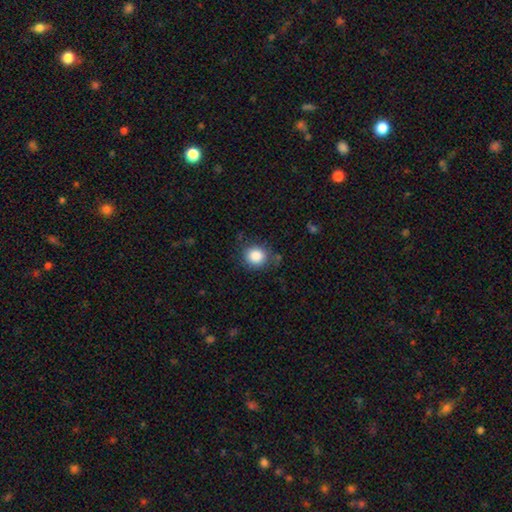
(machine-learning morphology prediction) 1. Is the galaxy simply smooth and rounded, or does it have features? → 86% smooth, 9% star or artifact, 4% featured or disk.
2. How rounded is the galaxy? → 85% round, 14% in between, 1% cigar-shaped.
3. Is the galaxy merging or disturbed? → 81% none, 13% minor disturbance, 4% major disturbance, 2% merger.